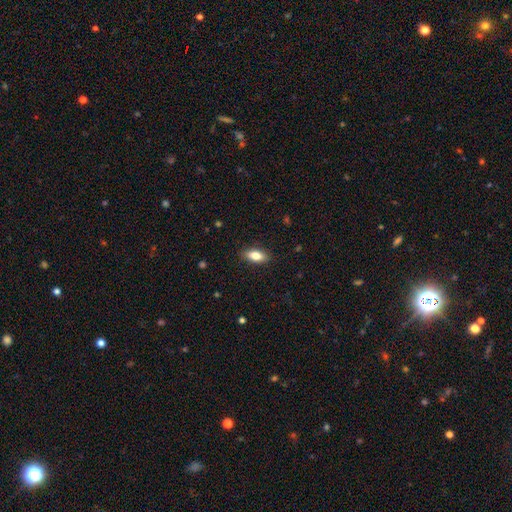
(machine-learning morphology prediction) Smooth or featured? smooth (81%)
How rounded? in between (84%)
Merging? none (88%)